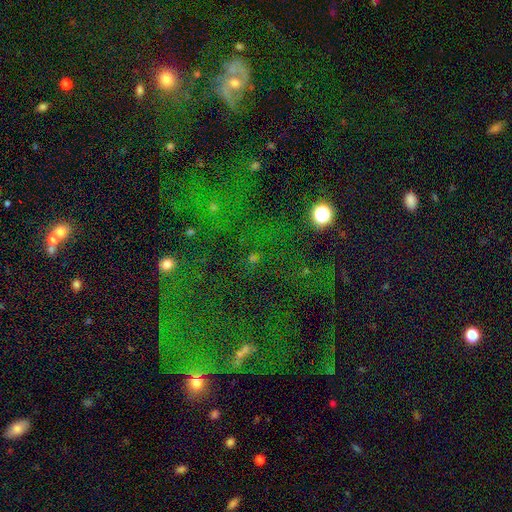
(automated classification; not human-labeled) Smooth or featured: star or artifact — 63% (smooth — 23%)